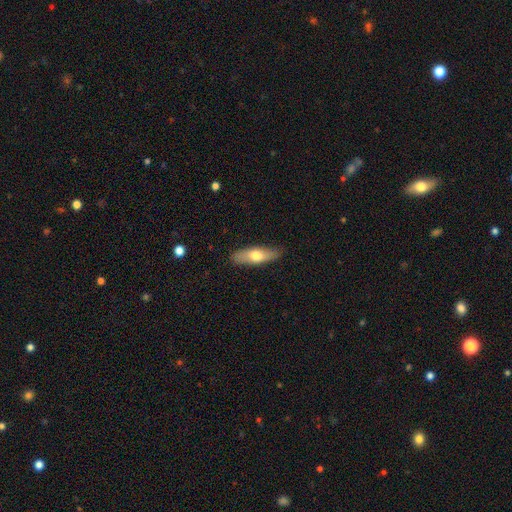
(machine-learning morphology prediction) smooth 64%, featured or disk 31%, star or artifact 6%. Down the decision tree: how rounded — cigar-shaped (49%); merging — none (86%).